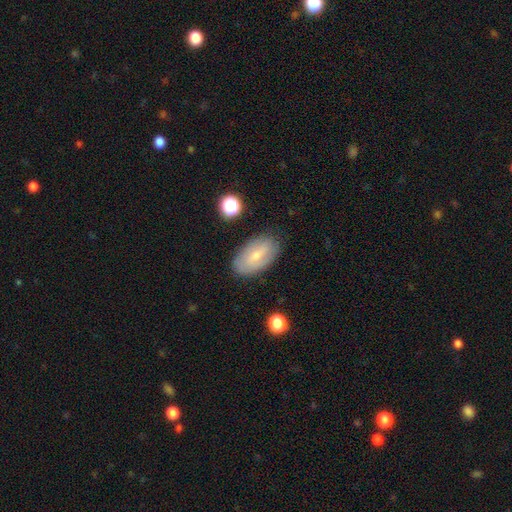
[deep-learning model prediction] Smooth or featured: smooth — 52% (featured or disk — 40%)
How rounded: in between — 91% (round — 5%)
Merging: none — 82% (minor disturbance — 13%)